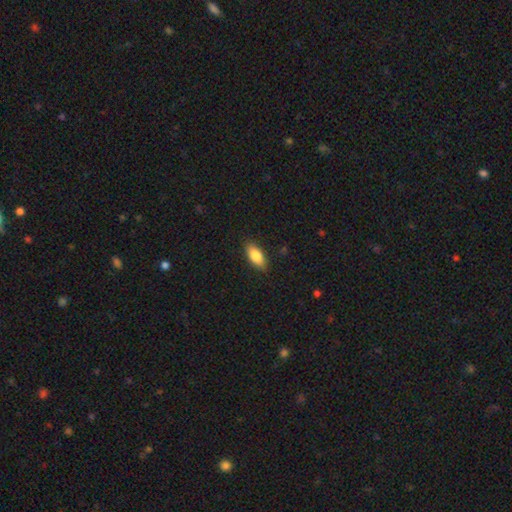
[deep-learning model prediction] A smooth galaxy with no disk features (83%) that is in between round and cigar-shaped (86%). Merging: none (86%).